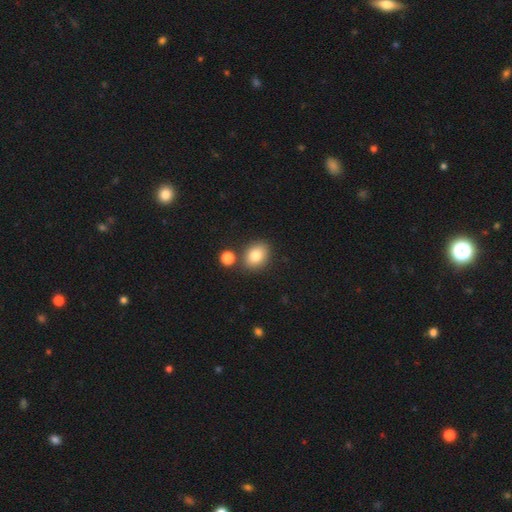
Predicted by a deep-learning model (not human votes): This is clearly a smooth galaxy (82%). How rounded: possibly in between (56%). Merging: likely none (75%).